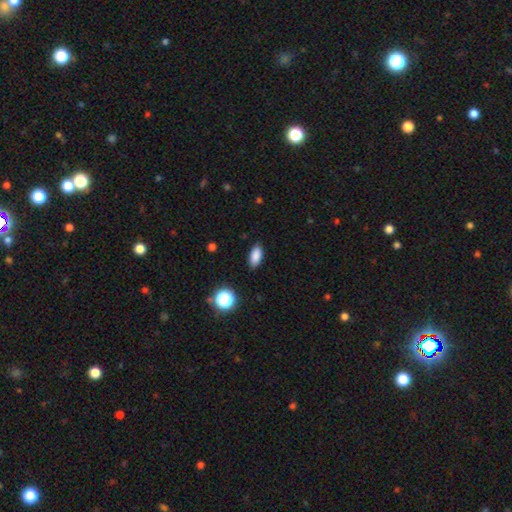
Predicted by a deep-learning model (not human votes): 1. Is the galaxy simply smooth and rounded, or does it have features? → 86% smooth, 10% star or artifact, 5% featured or disk.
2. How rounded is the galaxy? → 88% in between, 8% cigar-shaped, 4% round.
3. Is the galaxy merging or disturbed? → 87% none, 10% minor disturbance, 2% major disturbance, 1% merger.